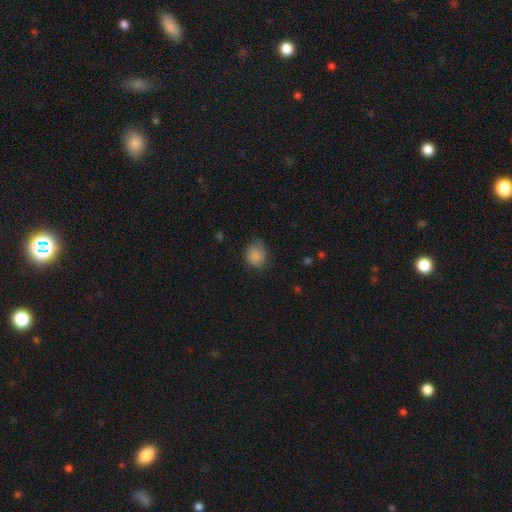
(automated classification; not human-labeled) This appears to be a smooth galaxy with no disk features (85%) that is round (70%). Merging: none (64%).